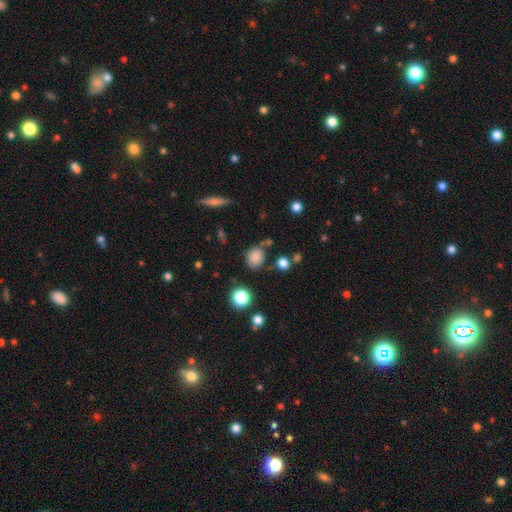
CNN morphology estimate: Smooth or featured?
  - smooth: 82% *
  - star or artifact: 13%
  - featured or disk: 5%
How rounded?
  - round: 64% *
  - in between: 35%
  - cigar-shaped: 1%
Merging?
  - none: 73% *
  - minor disturbance: 15%
  - merger: 7%
  - major disturbance: 5%